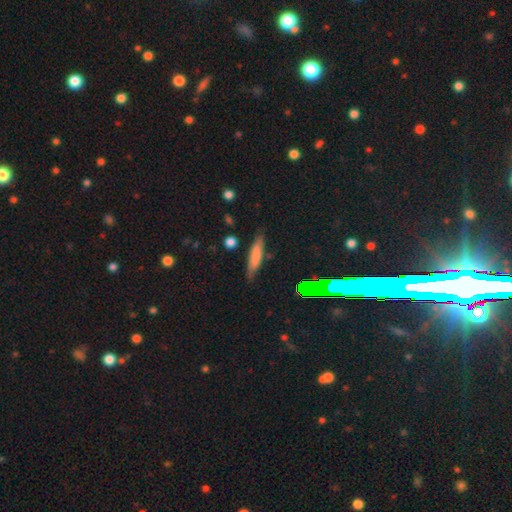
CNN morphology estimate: type=smooth (72%); roundness=cigar-shaped (81%); merging=none (77%).